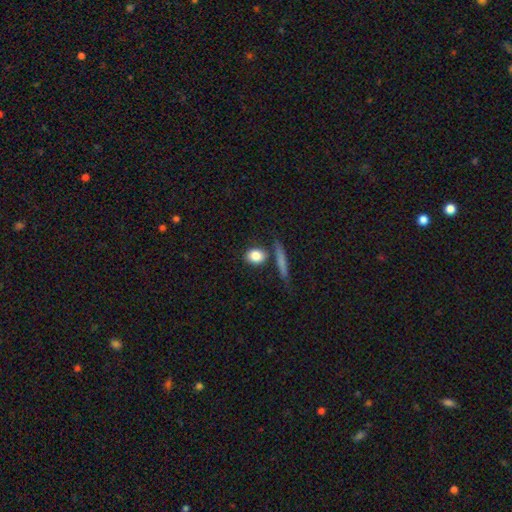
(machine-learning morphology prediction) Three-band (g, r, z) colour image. It shows a smooth galaxy with no disk features (83%) that is round (55%). Merging: none (73%).